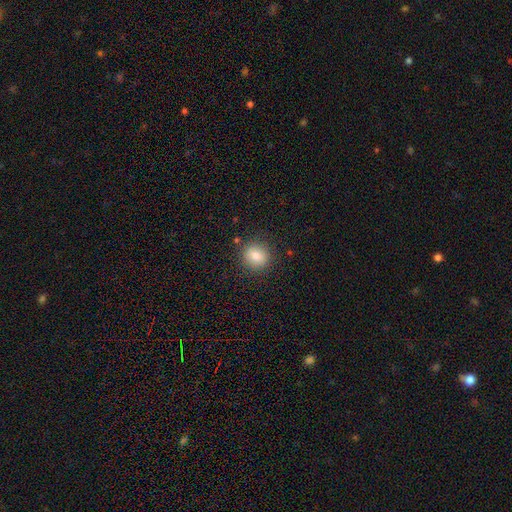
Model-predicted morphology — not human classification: Overall: smooth (81%). How rounded: round (81%). Merging: none (88%).